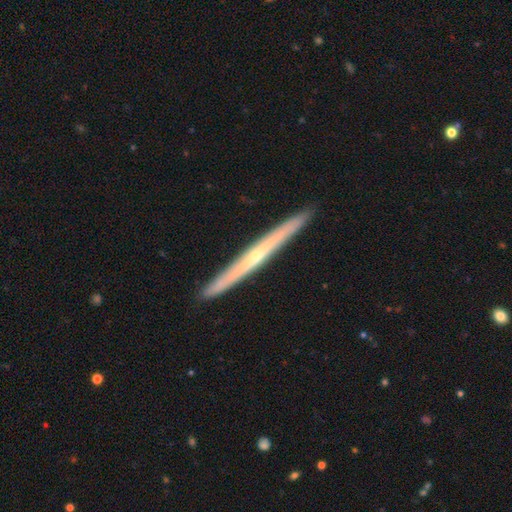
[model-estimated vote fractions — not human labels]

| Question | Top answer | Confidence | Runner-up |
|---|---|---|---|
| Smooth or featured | featured or disk | 71% | smooth (24%) |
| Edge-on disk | yes | 97% | no (3%) |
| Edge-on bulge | rounded | 50% | none (46%) |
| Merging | none | 93% | minor disturbance (5%) |